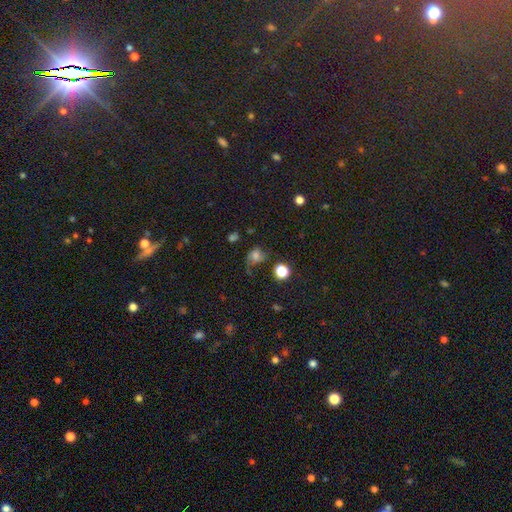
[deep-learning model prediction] A smooth galaxy with no disk features (58%) that is round (58%). Merging: none (37%).